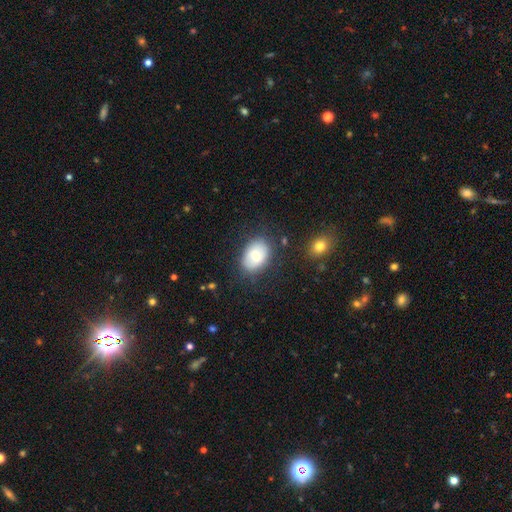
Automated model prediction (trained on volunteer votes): Smooth or featured: smooth — 74% (featured or disk — 18%)
How rounded: in between — 81% (round — 18%)
Merging: none — 76% (minor disturbance — 16%)